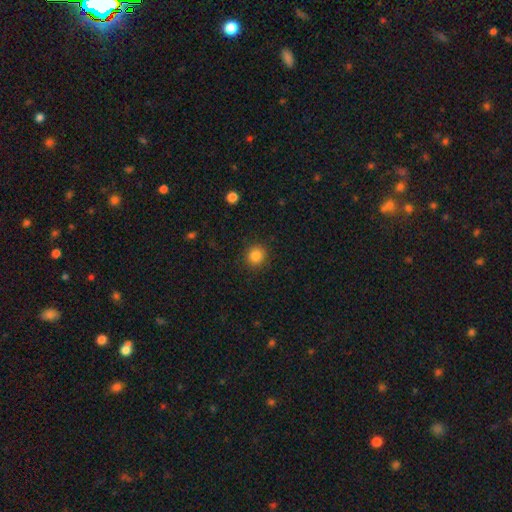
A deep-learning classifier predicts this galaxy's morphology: Overall: smooth (85%). How rounded: round (88%). Merging: none (90%).